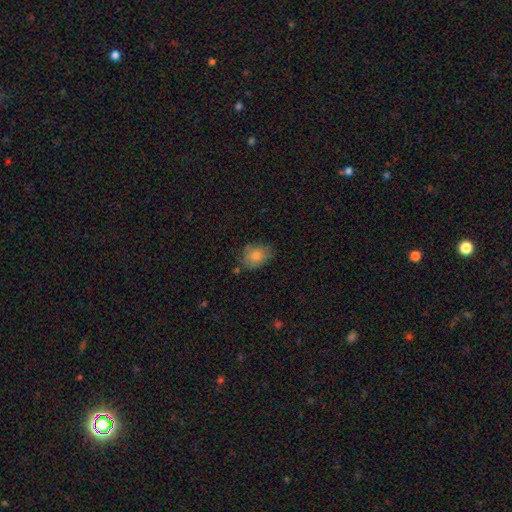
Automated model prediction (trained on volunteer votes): Smooth or featured: smooth — 78% (featured or disk — 13%)
How rounded: in between — 67% (round — 32%)
Merging: none — 71% (minor disturbance — 22%)